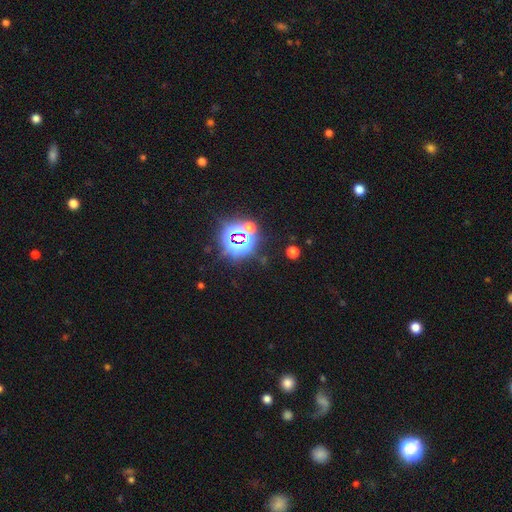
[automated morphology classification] smooth-or-featured: star or artifact: 82% | smooth: 11% | featured or disk: 7%